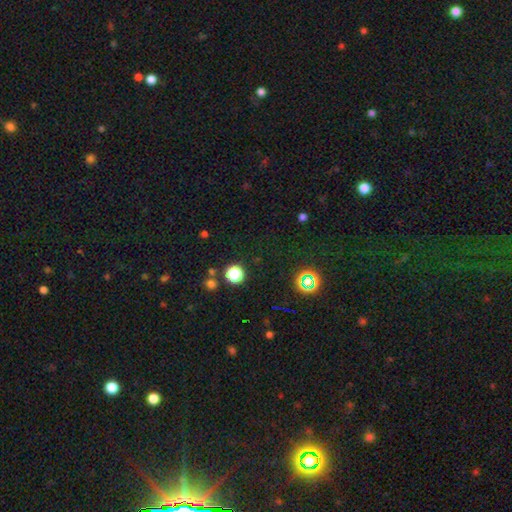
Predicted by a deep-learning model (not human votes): The model was most divided on "smooth or featured": star or artifact: 70%, smooth: 22%, featured or disk: 9%.